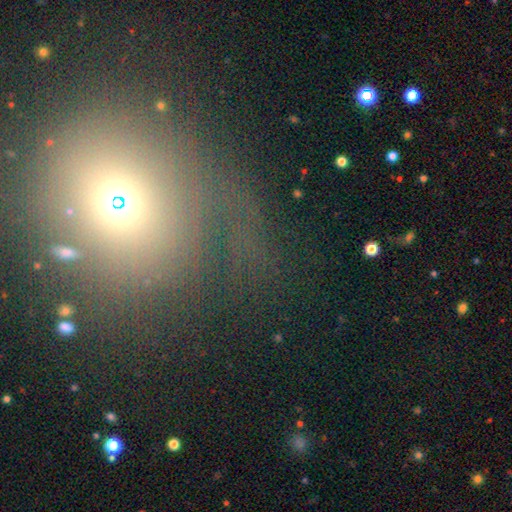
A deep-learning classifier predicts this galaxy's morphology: A star or artifact, not a galaxy (47%).

Vote fractions:
- Smooth or featured? star or artifact: 47% / smooth: 31% / featured or disk: 22%